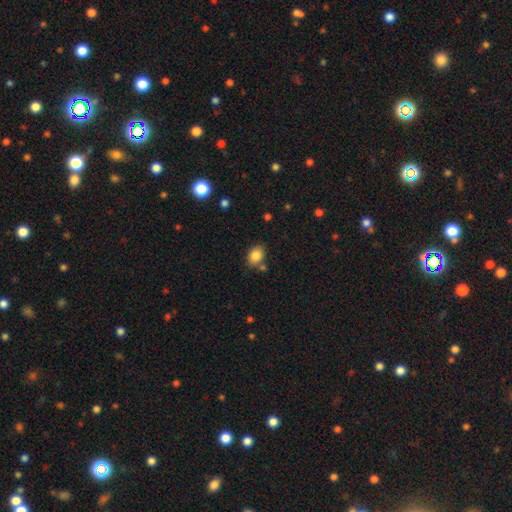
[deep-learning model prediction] Smooth or featured? Predicted: smooth (p=0.85). How rounded? Predicted: in between (p=0.64). Merging? Predicted: none (p=0.72).